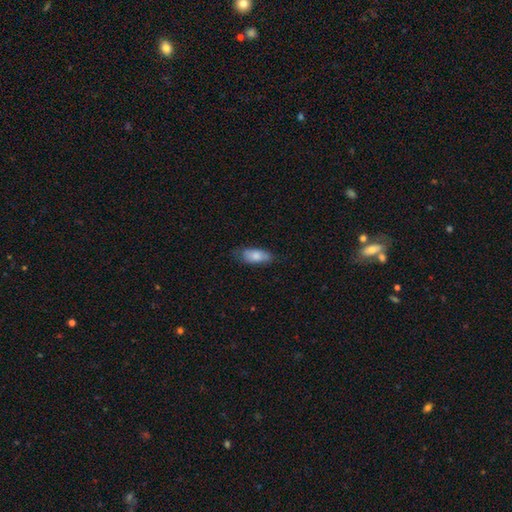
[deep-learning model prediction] smooth 79%, featured or disk 14%, star or artifact 6%. Down the decision tree: how rounded — in between (84%); merging — none (67%).